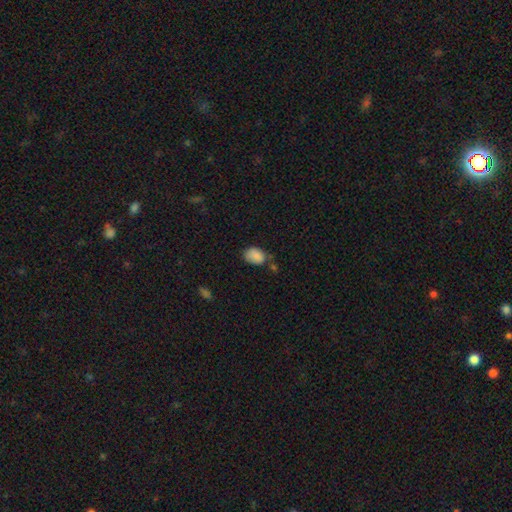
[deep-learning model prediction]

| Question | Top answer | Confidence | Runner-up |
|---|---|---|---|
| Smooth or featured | smooth | 86% | star or artifact (8%) |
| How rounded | in between | 76% | round (23%) |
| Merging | none | 58% | minor disturbance (27%) |